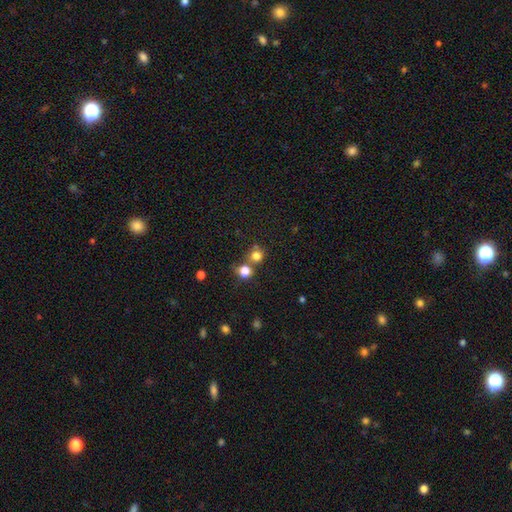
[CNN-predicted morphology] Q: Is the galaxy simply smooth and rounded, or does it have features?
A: smooth — 77%.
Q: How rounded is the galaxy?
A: round — 87%.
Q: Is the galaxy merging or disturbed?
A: none — 55%.